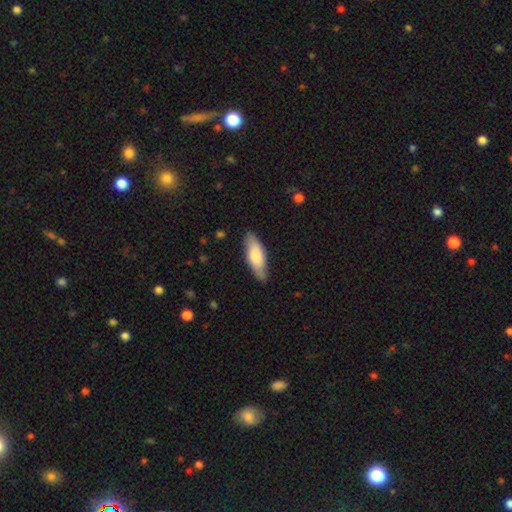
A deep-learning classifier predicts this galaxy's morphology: This appears to be a smooth galaxy with no disk features (75%) that is in between round and cigar-shaped (62%). Merging: none (82%).